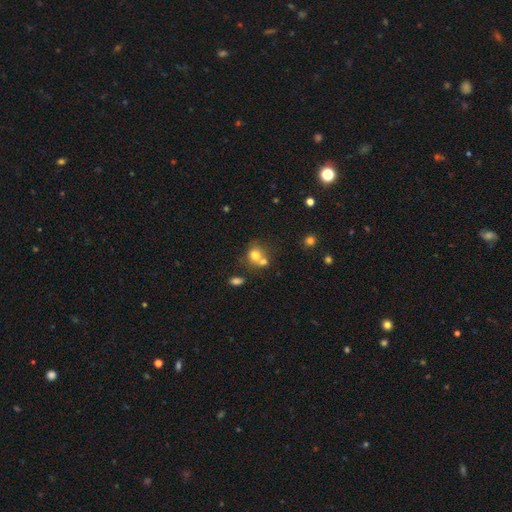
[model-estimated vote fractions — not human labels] smooth-or-featured: smooth: 71% | featured or disk: 16% | star or artifact: 13%
  how-rounded: round: 66% | in between: 33% | cigar-shaped: 1%
  merging: merger: 46% | none: 38% | minor disturbance: 11% | major disturbance: 6%